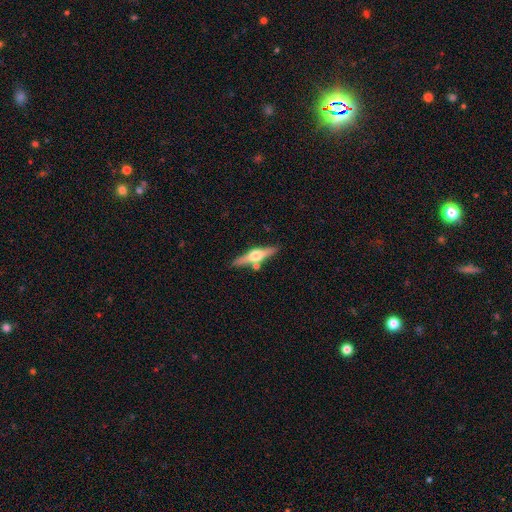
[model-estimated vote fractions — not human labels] Smooth or featured: featured or disk — 68% (smooth — 26%)
Edge-on disk: yes — 96% (no — 4%)
Edge-on bulge: rounded — 95% (boxy — 4%)
Merging: none — 79% (minor disturbance — 10%)